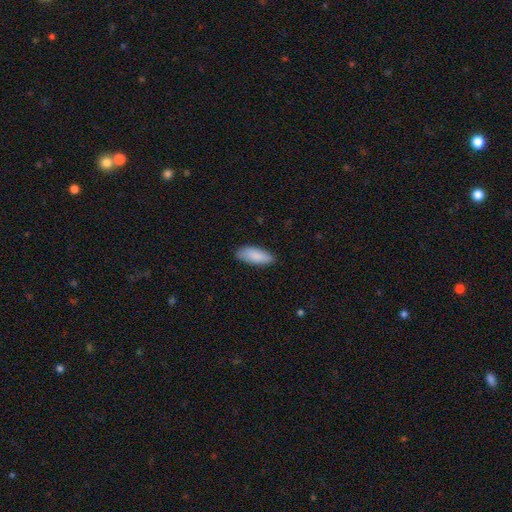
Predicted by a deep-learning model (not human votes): smooth_or_featured: smooth (p=0.88) [alt: featured or disk p=0.07]
how_rounded: in between (p=0.78) [alt: cigar-shaped p=0.20]
merging: none (p=0.85) [alt: minor disturbance p=0.12]